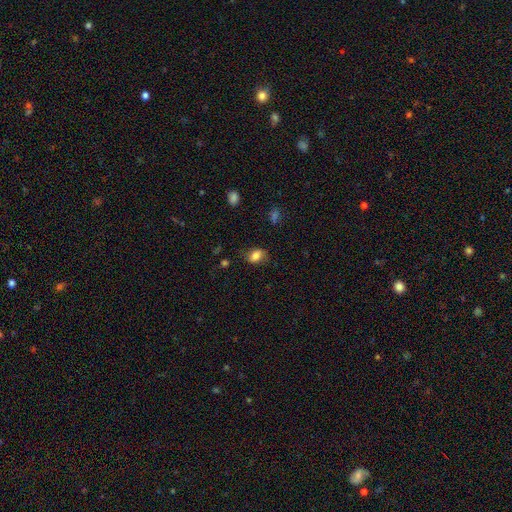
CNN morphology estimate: This is likely a smooth galaxy (76%). How rounded: likely in between (76%). Merging: likely none (70%).